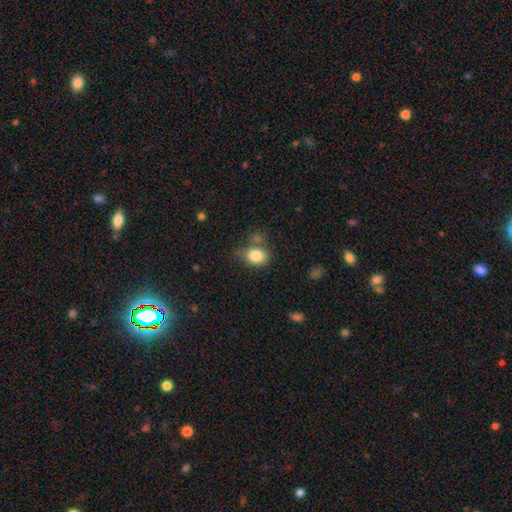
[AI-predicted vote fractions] Smooth or featured? Predicted: smooth (p=0.83). How rounded? Predicted: round (p=0.51). Merging? Predicted: none (p=0.54).